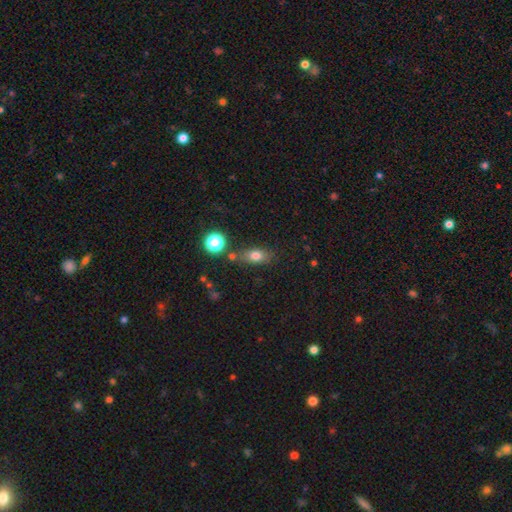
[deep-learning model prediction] A smooth galaxy with no disk features (74%) that is in between round and cigar-shaped (70%). Merging: none (69%).